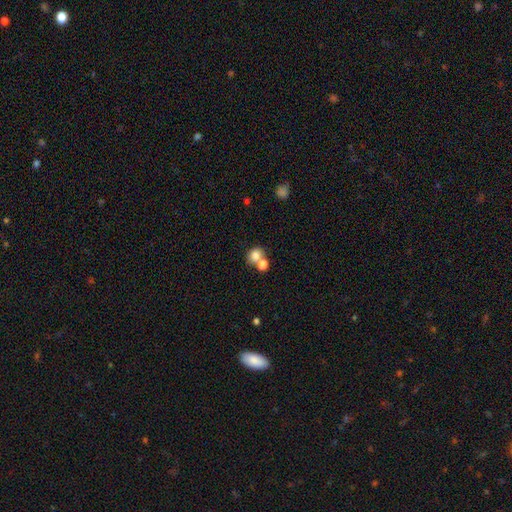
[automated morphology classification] smooth-or-featured: smooth: 78% | star or artifact: 11% | featured or disk: 10%
  how-rounded: round: 65% | in between: 34% | cigar-shaped: 1%
  merging: merger: 44% | none: 43% | minor disturbance: 8% | major disturbance: 4%